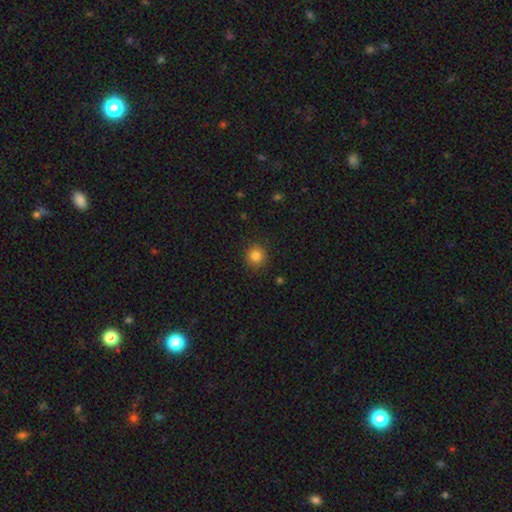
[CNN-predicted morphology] Smooth or featured: smooth — 83% (star or artifact — 12%)
How rounded: round — 92% (in between — 7%)
Merging: none — 90% (minor disturbance — 7%)